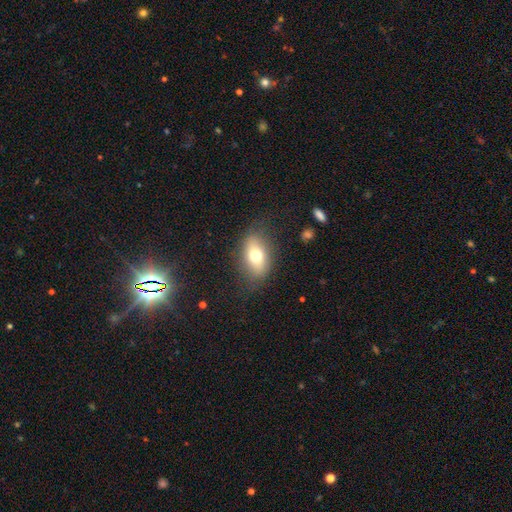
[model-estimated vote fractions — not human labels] smooth-or-featured: smooth: 67% | featured or disk: 23% | star or artifact: 9%
  how-rounded: in between: 83% | round: 13% | cigar-shaped: 4%
  merging: none: 77% | minor disturbance: 15% | major disturbance: 6% | merger: 1%